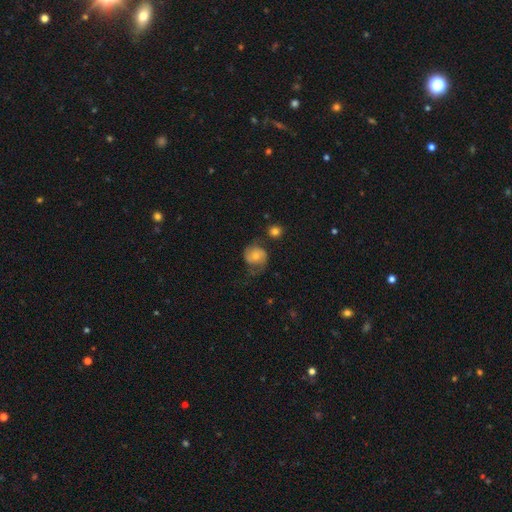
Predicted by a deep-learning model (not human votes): The model was most divided on "bulge size": moderate: 52%, small: 40%, large: 4%, none: 3%, dominant: 1%. More confident: edge-on disk — no (97%); spiral arms — yes (86%); bar — no (73%); smooth or featured — featured or disk (58%); merging — none (56%).